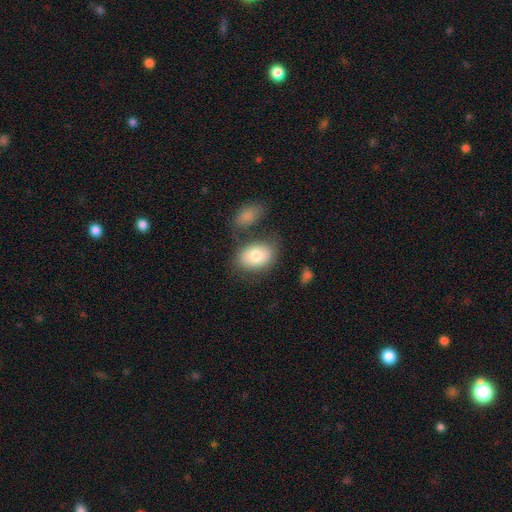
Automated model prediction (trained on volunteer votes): smooth 77%, featured or disk 16%, star or artifact 7%. Down the decision tree: how rounded — in between (78%); merging — none (64%).